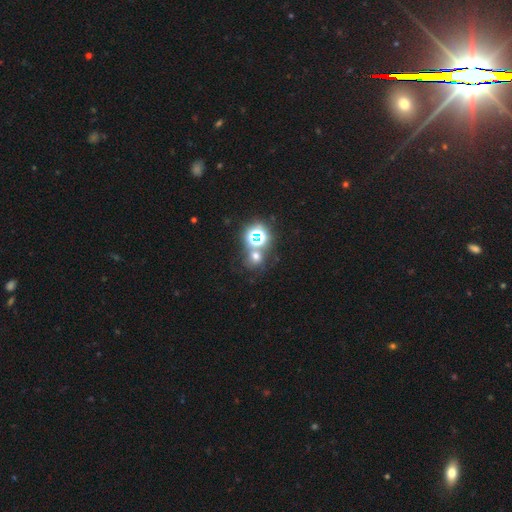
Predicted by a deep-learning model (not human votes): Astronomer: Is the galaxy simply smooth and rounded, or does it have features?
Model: smooth — 48% (runner-up: star or artifact, 41%).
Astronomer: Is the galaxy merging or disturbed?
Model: none — 59%.